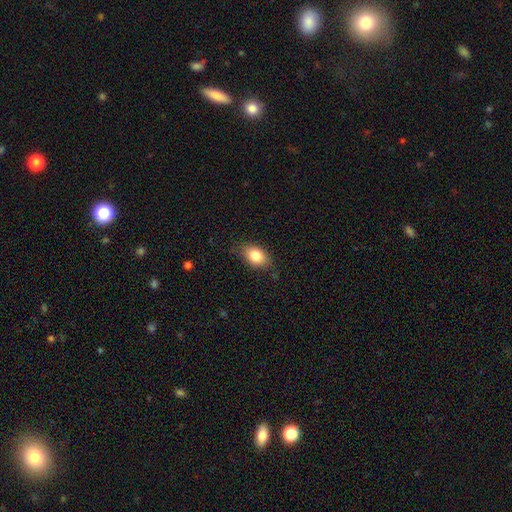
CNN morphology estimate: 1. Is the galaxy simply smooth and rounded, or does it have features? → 82% smooth, 10% featured or disk, 8% star or artifact.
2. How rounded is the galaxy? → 82% in between, 16% round, 2% cigar-shaped.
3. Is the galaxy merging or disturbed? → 76% none, 20% minor disturbance, 4% major disturbance, 1% merger.